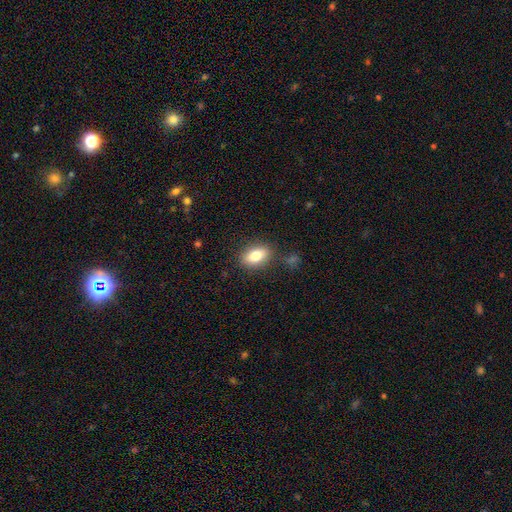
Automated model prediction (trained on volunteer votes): This appears to be a smooth galaxy with no disk features (78%) that is in between round and cigar-shaped (84%). Merging: none (84%).